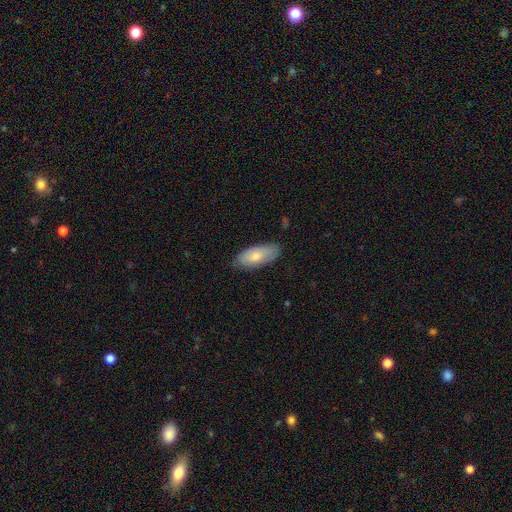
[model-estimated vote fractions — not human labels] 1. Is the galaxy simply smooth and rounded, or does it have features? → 76% smooth, 19% featured or disk, 6% star or artifact.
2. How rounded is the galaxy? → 87% in between, 11% cigar-shaped, 2% round.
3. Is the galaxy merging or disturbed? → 79% none, 17% minor disturbance, 3% major disturbance, 1% merger.